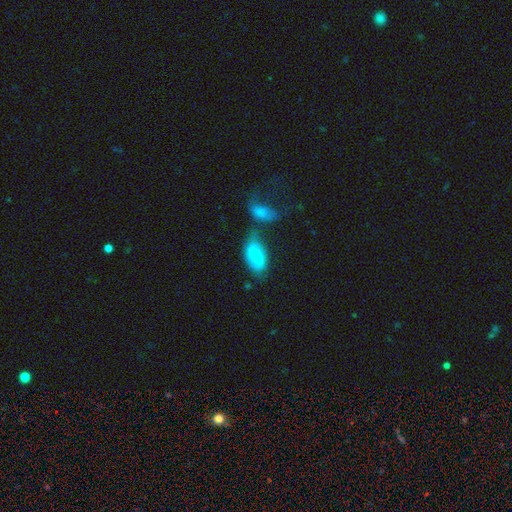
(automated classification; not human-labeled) Q: Smooth or featured?
A: smooth (58%); runner-up: featured or disk (34%)
Q: How rounded?
A: in between (85%); runner-up: cigar-shaped (12%)
Q: Merging?
A: none (40%); runner-up: merger (28%)